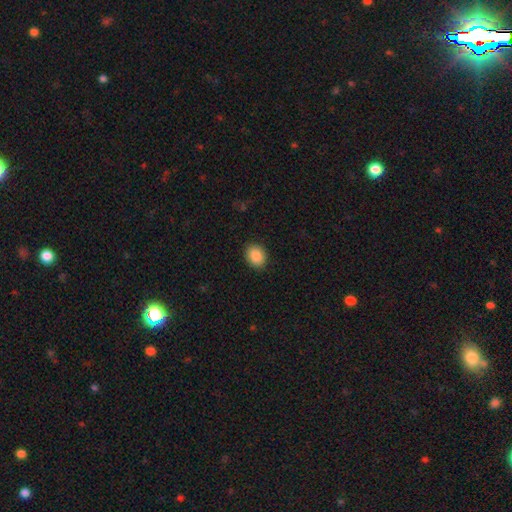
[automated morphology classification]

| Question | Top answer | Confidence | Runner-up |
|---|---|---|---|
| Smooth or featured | smooth | 88% | star or artifact (8%) |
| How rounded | round | 54% | in between (45%) |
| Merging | none | 90% | minor disturbance (7%) |